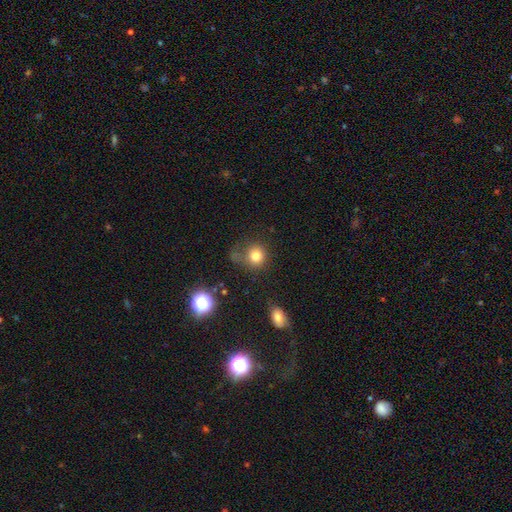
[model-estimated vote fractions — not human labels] Smooth or featured? Predicted: smooth (p=0.79). How rounded? Predicted: round (p=0.85). Merging? Predicted: none (p=0.59).